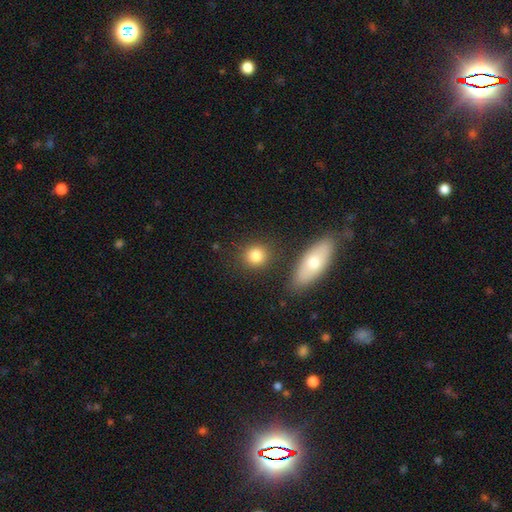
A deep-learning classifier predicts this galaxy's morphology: Smooth or featured? Predicted: smooth (p=0.82). How rounded? Predicted: round (p=0.80). Merging? Predicted: none (p=0.80).